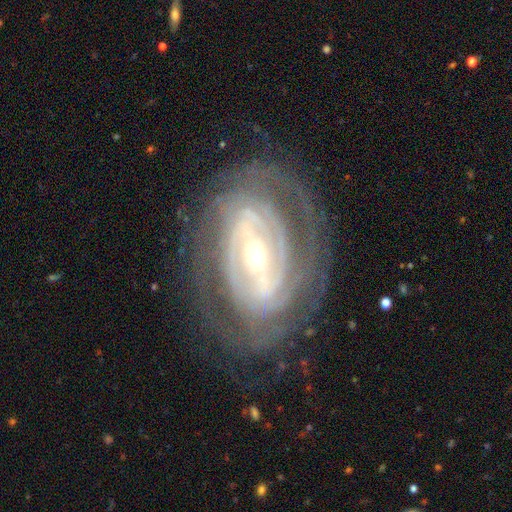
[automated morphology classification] A featured or disk galaxy (89%) with a strong bar (52%), tight (74%) spiral arms (92%) and a small central bulge (59%).

Vote fractions:
- Smooth or featured? featured or disk: 89% / smooth: 6% / star or artifact: 5%
- Edge-on disk? no: 95% / yes: 5%
- Bar? strong: 52% / weak: 32% / no: 17%
- Spiral arms? yes: 92% / no: 8%
- Spiral winding? tight: 74% / medium: 21% / loose: 6%
- Spiral arm count? can't tell: 36% / 2: 29% / 3: 13% / 4: 10% / more than 4: 6% / 1: 5%
- Bulge size? small: 59% / moderate: 37% / large: 3% / dominant: 1% / none: 1%
- Merging? none: 76% / minor disturbance: 15% / major disturbance: 8% / merger: 1%